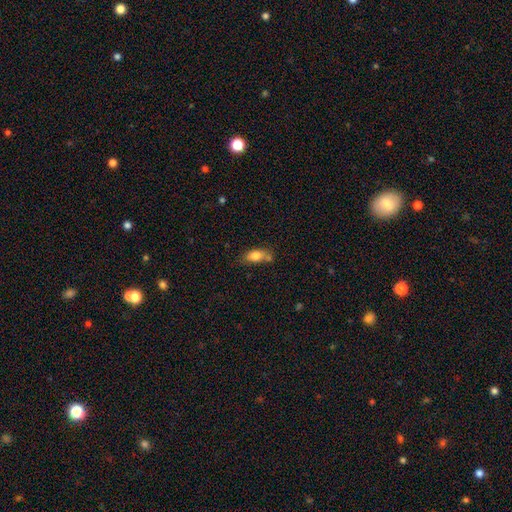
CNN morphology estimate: Smooth or featured?
  - smooth: 79% *
  - featured or disk: 12%
  - star or artifact: 9%
How rounded?
  - in between: 83% *
  - cigar-shaped: 11%
  - round: 7%
Merging?
  - none: 47% *
  - minor disturbance: 23%
  - merger: 22%
  - major disturbance: 7%